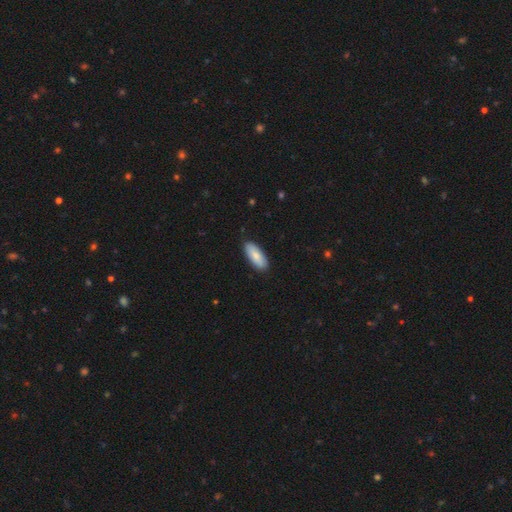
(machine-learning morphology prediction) Q: Smooth or featured?
A: smooth (83%); runner-up: featured or disk (12%)
Q: How rounded?
A: in between (78%); runner-up: cigar-shaped (21%)
Q: Merging?
A: none (88%); runner-up: minor disturbance (9%)